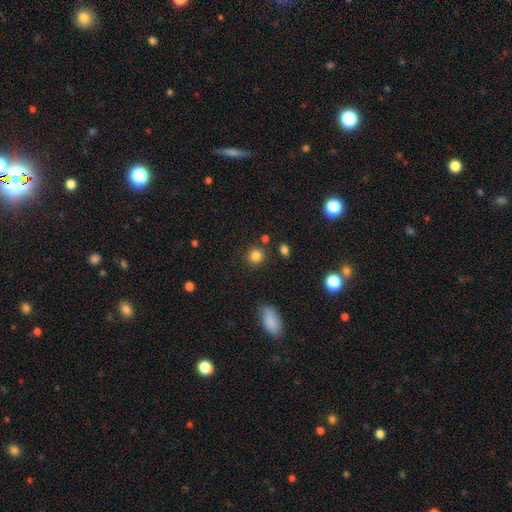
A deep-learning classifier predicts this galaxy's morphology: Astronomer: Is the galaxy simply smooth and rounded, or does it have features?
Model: smooth — 83%.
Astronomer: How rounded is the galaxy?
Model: round — 89%.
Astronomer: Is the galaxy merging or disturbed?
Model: none — 83%.